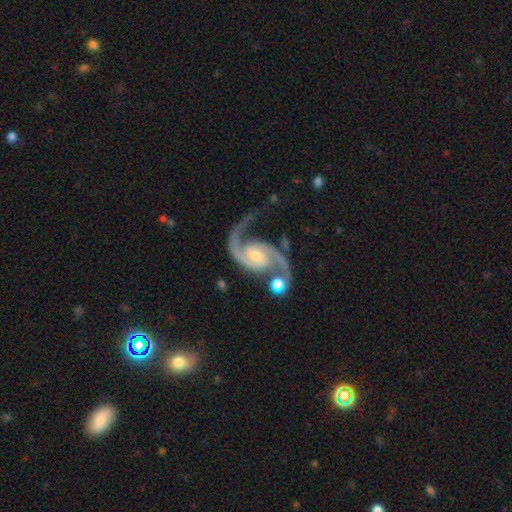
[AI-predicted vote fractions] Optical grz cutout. It shows a featured or disk galaxy (94%) with no bar (52%), 2 (94%) medium (61%) spiral arms (99%) and a small central bulge (56%). Merging: none (64%).